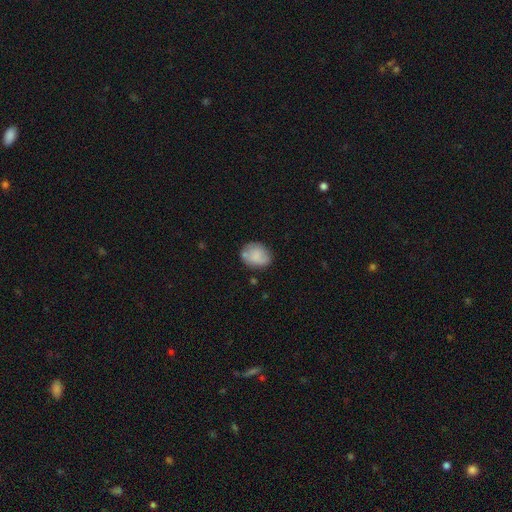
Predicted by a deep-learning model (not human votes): smooth_or_featured: smooth (p=0.74) [alt: featured or disk p=0.19]
how_rounded: in between (p=0.50) [alt: round p=0.49]
merging: none (p=0.64) [alt: minor disturbance p=0.23]